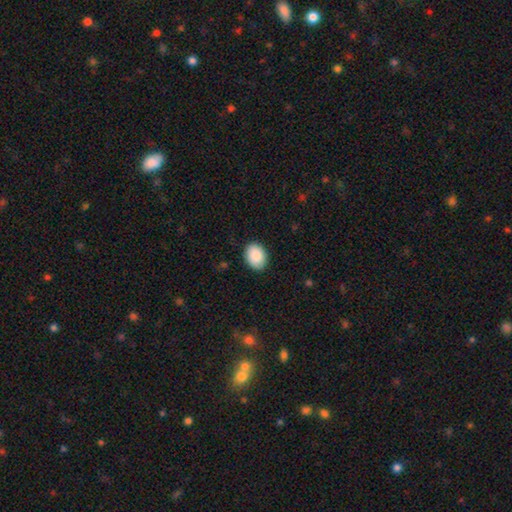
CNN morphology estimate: Smooth or featured?
  - smooth: 89% *
  - star or artifact: 7%
  - featured or disk: 5%
How rounded?
  - in between: 73% *
  - round: 26%
  - cigar-shaped: 1%
Merging?
  - none: 87% *
  - minor disturbance: 10%
  - major disturbance: 2%
  - merger: 1%